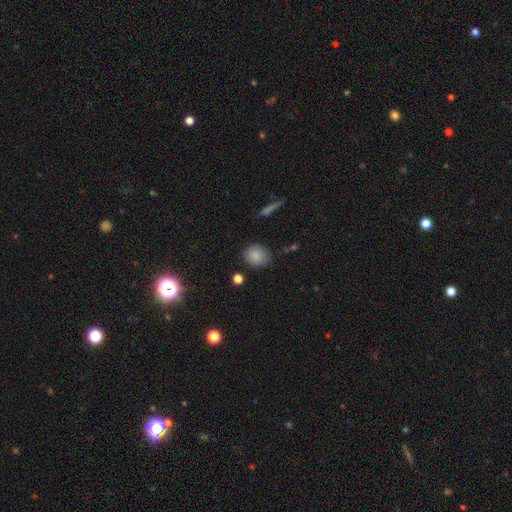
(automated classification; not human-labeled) Morphology: type=smooth (85%); roundness=round (73%); merging=none (83%).